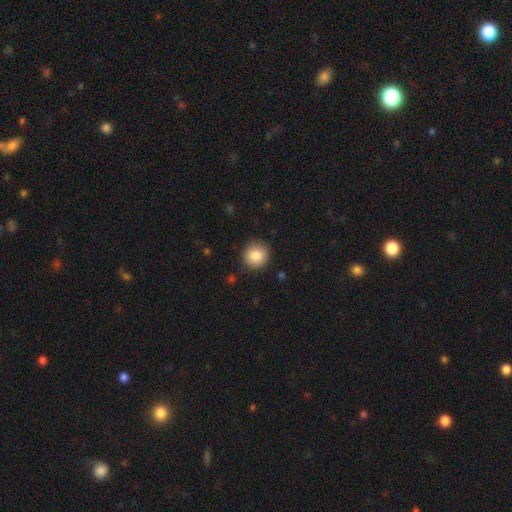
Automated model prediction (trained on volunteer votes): Smooth or featured?
  - smooth: 87% *
  - star or artifact: 8%
  - featured or disk: 5%
How rounded?
  - round: 90% *
  - in between: 9%
  - cigar-shaped: 1%
Merging?
  - none: 88% *
  - minor disturbance: 9%
  - major disturbance: 2%
  - merger: 1%